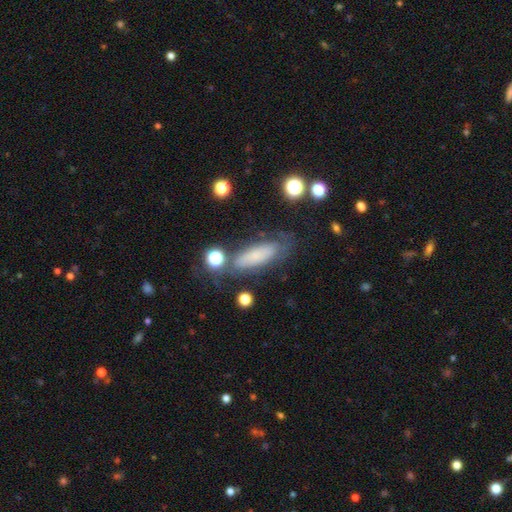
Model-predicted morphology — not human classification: smooth 60%, featured or disk 29%, star or artifact 11%. Down the decision tree: how rounded — in between (54%); merging — none (65%).